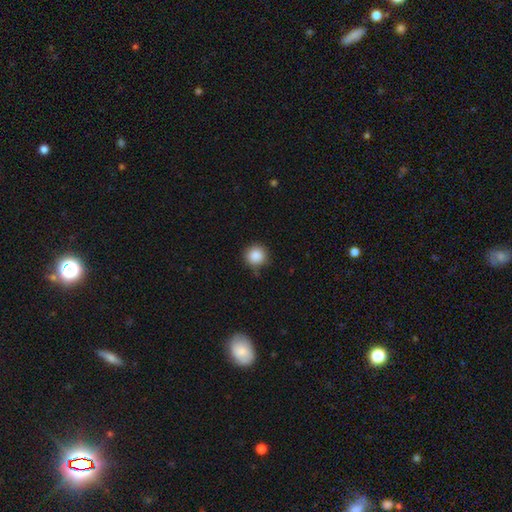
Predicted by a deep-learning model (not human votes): Q: Smooth or featured?
A: smooth (87%); runner-up: star or artifact (9%)
Q: How rounded?
A: round (93%); runner-up: in between (6%)
Q: Merging?
A: none (82%); runner-up: minor disturbance (13%)